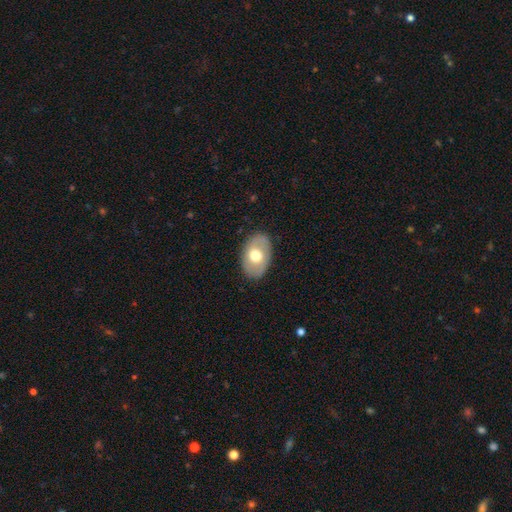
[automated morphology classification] Smooth or featured: smooth — 57% (featured or disk — 37%)
How rounded: in between — 87% (round — 12%)
Merging: none — 83% (minor disturbance — 12%)